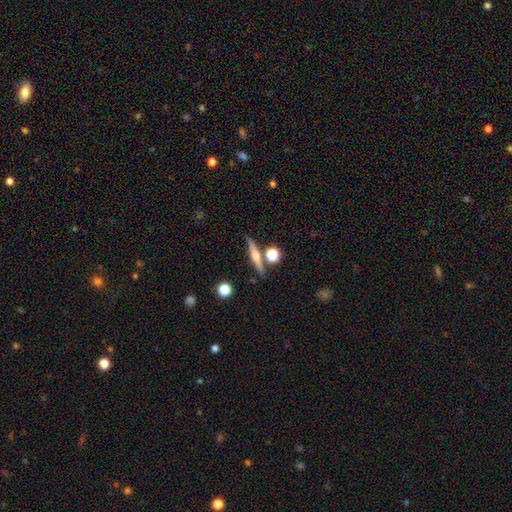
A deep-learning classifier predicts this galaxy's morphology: Smooth or featured? Predicted: featured or disk (p=0.57). Edge-on disk? Predicted: yes (p=0.96). Edge-on bulge? Predicted: rounded (p=0.78). Merging? Predicted: none (p=0.79).